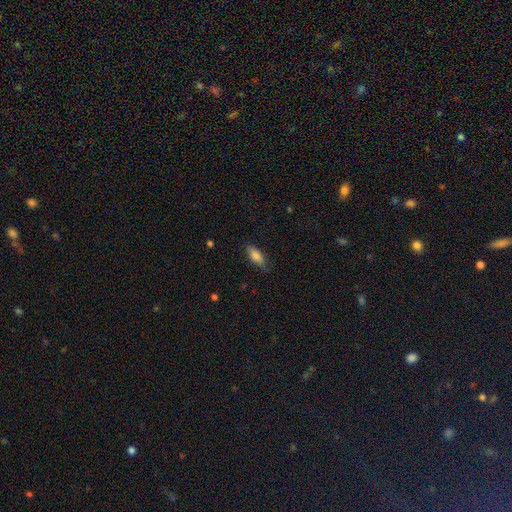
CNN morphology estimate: Q: Smooth or featured?
A: smooth (80%); runner-up: featured or disk (13%)
Q: How rounded?
A: in between (72%); runner-up: cigar-shaped (26%)
Q: Merging?
A: none (79%); runner-up: minor disturbance (16%)